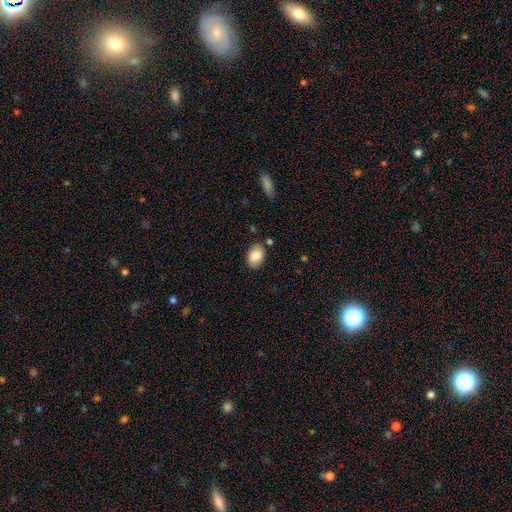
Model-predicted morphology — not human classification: smooth-or-featured: smooth: 85% | featured or disk: 8% | star or artifact: 7%
  how-rounded: in between: 85% | round: 14% | cigar-shaped: 1%
  merging: none: 81% | minor disturbance: 13% | merger: 3% | major disturbance: 3%